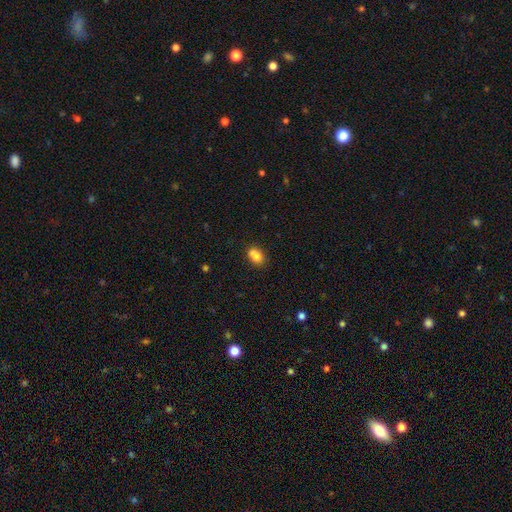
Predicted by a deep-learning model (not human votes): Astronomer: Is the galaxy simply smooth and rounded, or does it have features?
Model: smooth — 75%.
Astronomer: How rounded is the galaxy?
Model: in between — 59% (runner-up: round, 40%).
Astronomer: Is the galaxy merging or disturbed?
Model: merger — 44% (runner-up: none, 40%).